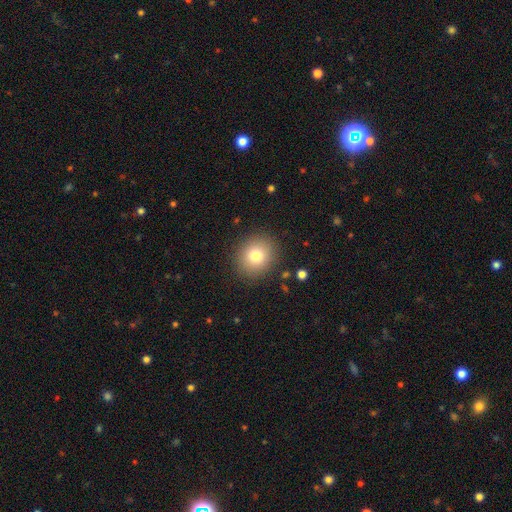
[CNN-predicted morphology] Q: Smooth or featured?
A: smooth (79%); runner-up: star or artifact (11%)
Q: How rounded?
A: round (75%); runner-up: in between (24%)
Q: Merging?
A: none (88%); runner-up: minor disturbance (8%)